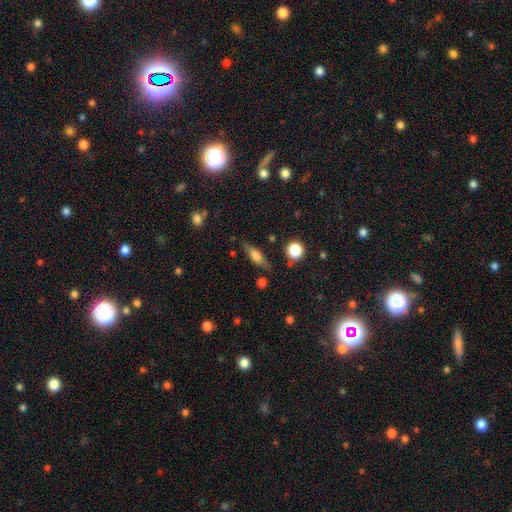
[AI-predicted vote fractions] A smooth galaxy with no disk features (53%) that is cigar-shaped (48%). Merging: none (76%).